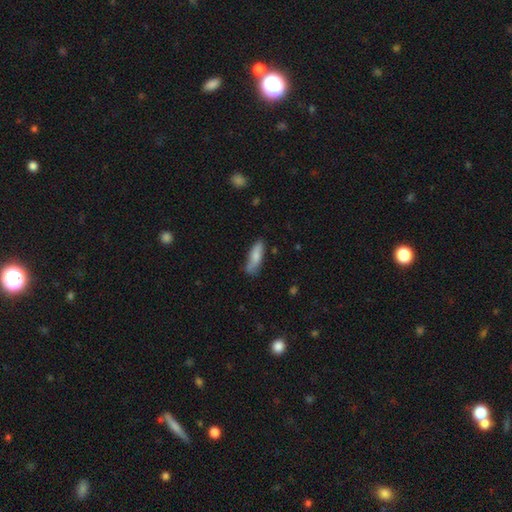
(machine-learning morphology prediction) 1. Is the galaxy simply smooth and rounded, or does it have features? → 78% smooth, 16% featured or disk, 6% star or artifact.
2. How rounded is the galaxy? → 56% cigar-shaped, 43% in between, 2% round.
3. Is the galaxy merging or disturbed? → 68% none, 24% minor disturbance, 5% major disturbance, 4% merger.